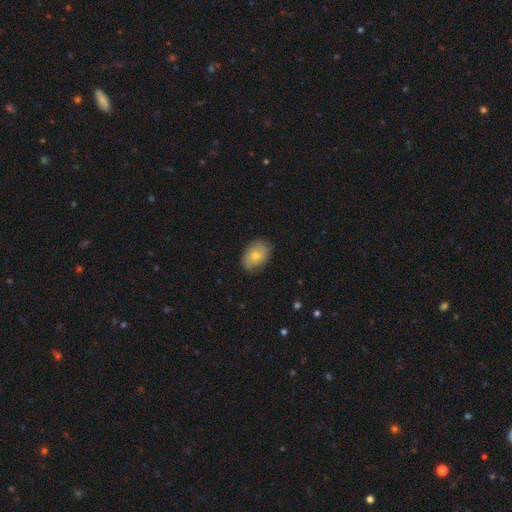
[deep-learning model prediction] smooth_or_featured: smooth (p=0.69) [alt: featured or disk p=0.23]
how_rounded: in between (p=0.80) [alt: round p=0.18]
merging: none (p=0.74) [alt: minor disturbance p=0.21]